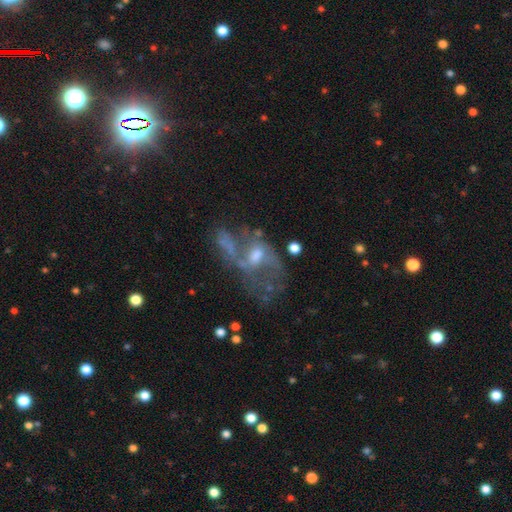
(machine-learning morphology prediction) featured or disk 67%, smooth 20%, star or artifact 13%. Down the decision tree: edge-on disk — no (95%); bar — no (51%); spiral arms — no (53%); bulge size — moderate (47%); merging — major disturbance (37%).